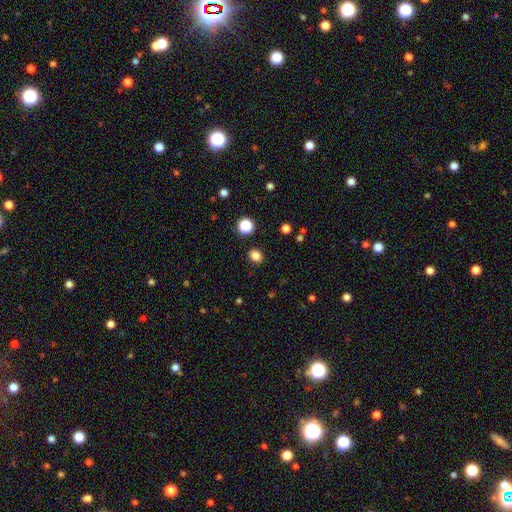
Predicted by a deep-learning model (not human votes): The model was most divided on "how rounded": round: 51%, in between: 48%, cigar-shaped: 1%. More confident: merging — none (89%); smooth or featured — smooth (83%).